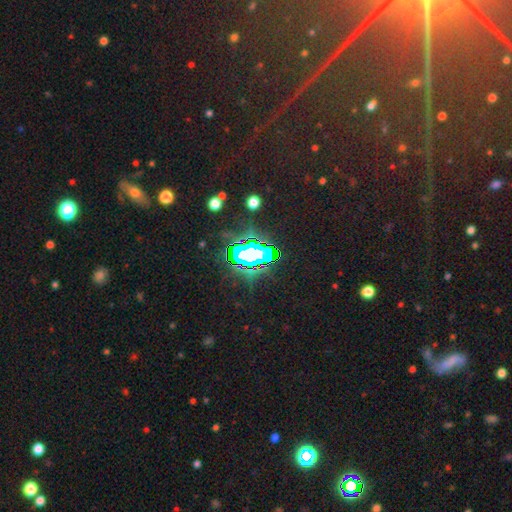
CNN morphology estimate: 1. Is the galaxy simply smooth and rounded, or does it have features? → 80% star or artifact, 11% smooth, 8% featured or disk.